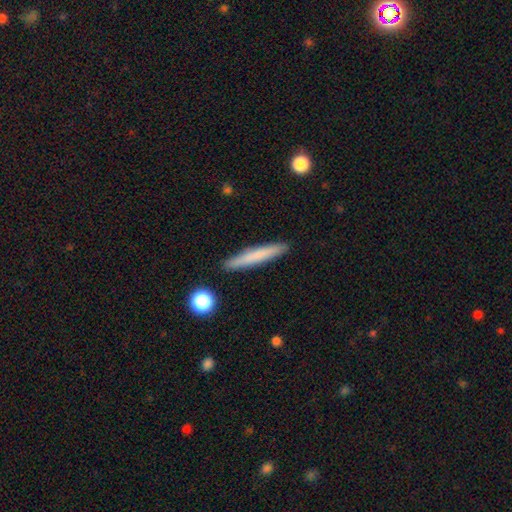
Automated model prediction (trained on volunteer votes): Morphology: type=smooth (72%); roundness=cigar-shaped (95%); merging=none (91%).